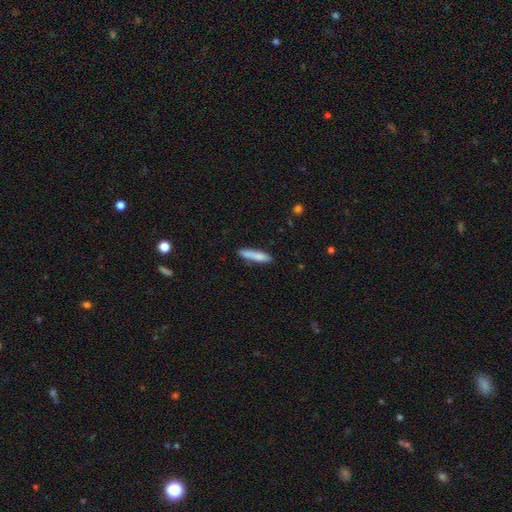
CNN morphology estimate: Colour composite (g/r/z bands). It shows a smooth galaxy with no disk features (81%) that is cigar-shaped (86%). Merging: none (81%).